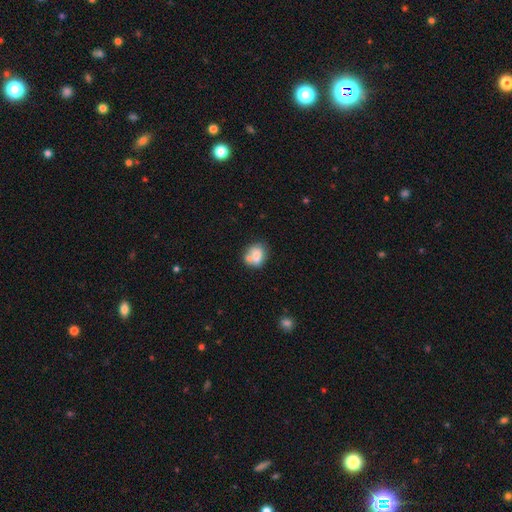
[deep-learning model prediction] This appears to be a smooth galaxy with no disk features (72%) that is round (54%). Merging: none (43%).